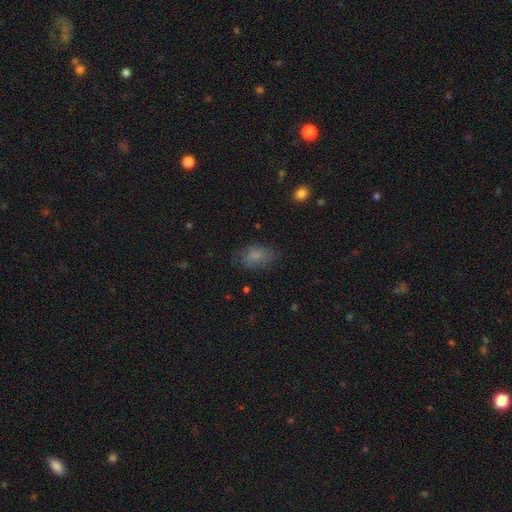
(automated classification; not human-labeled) smooth 77%, featured or disk 13%, star or artifact 10%. Down the decision tree: how rounded — in between (87%); merging — none (71%).